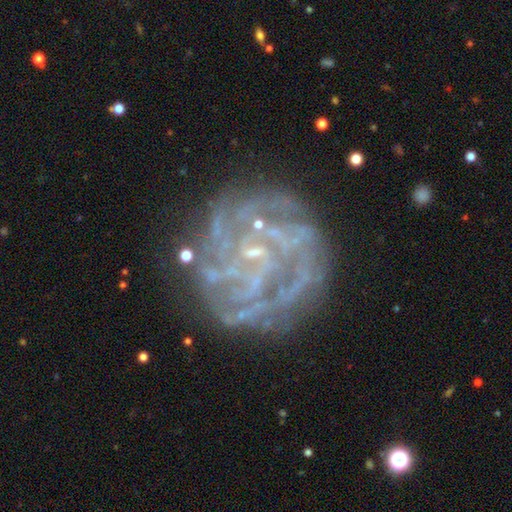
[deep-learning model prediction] The model was most divided on "spiral arm count": can't tell: 36%, 4: 18%, more than 4: 17%, 3: 12%, 2: 10%, 1: 8%. More confident: edge-on disk — no (97%); spiral arms — yes (86%); smooth or featured — featured or disk (81%); merging — none (72%); bulge size — small (68%); spiral winding — tight (66%); bar — no (64%).